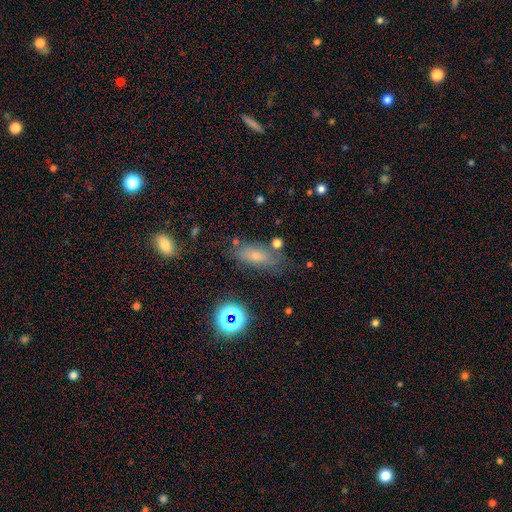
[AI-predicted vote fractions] This appears to be a smooth galaxy with no disk features (56%) that is in between round and cigar-shaped (70%). Merging: none (70%).